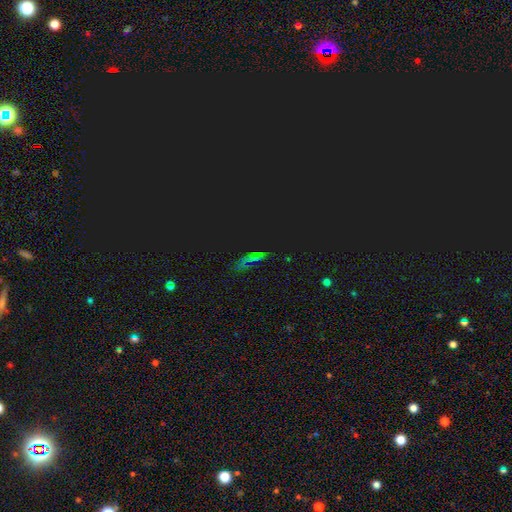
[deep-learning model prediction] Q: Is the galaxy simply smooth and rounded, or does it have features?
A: star or artifact — 64%.